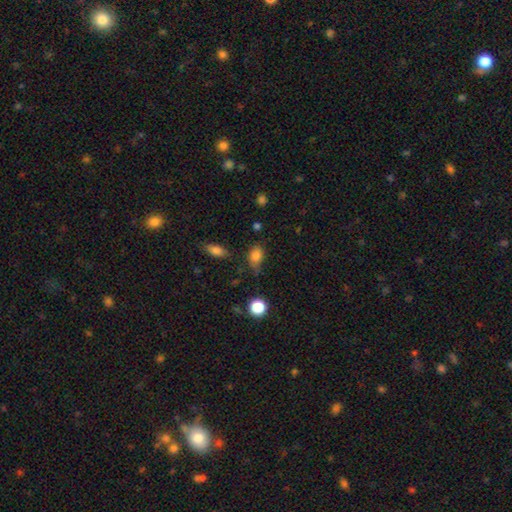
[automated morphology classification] This is clearly a smooth galaxy (82%). How rounded: likely in between (67%). Merging: possibly none (51%).